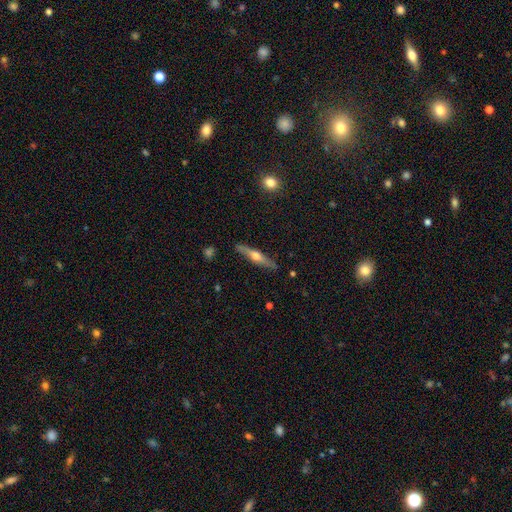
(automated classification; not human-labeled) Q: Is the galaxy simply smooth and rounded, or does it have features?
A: featured or disk — 60%.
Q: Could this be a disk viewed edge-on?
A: yes — 94%.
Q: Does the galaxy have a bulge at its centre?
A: rounded — 90%.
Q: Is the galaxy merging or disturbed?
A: none — 85%.